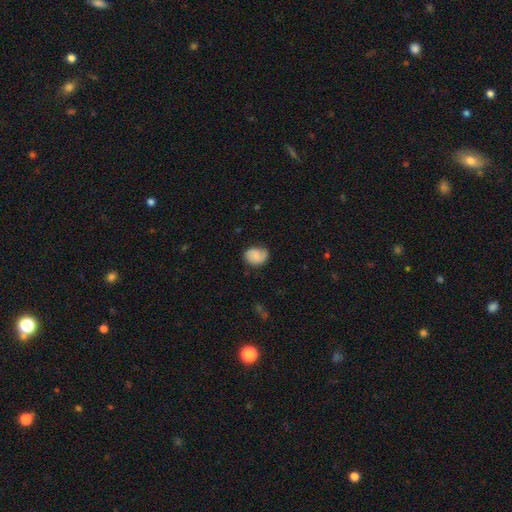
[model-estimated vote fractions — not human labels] Morphology: type=smooth (62%); roundness=in between (53%); merging=none (63%).